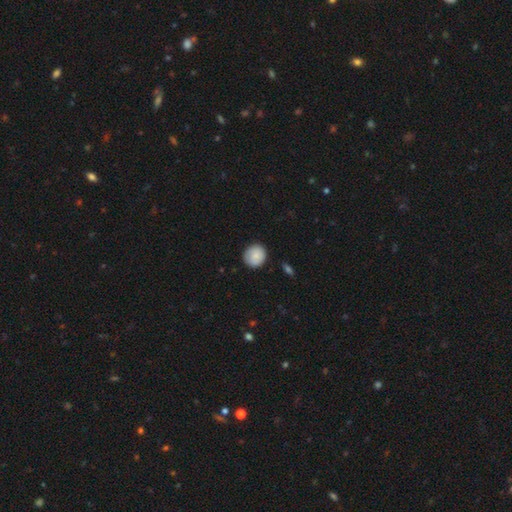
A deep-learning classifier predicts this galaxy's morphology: Smooth or featured: smooth — 85% (featured or disk — 8%)
How rounded: round — 89% (in between — 10%)
Merging: none — 86% (minor disturbance — 11%)